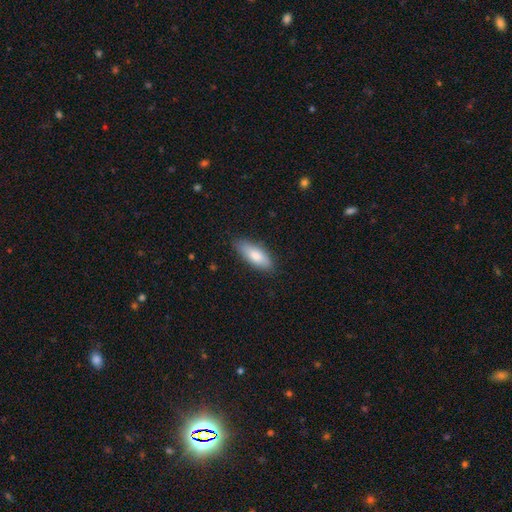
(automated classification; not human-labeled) The model was most divided on "how rounded": in between: 72%, cigar-shaped: 26%, round: 2%. More confident: merging — none (81%); smooth or featured — smooth (79%).